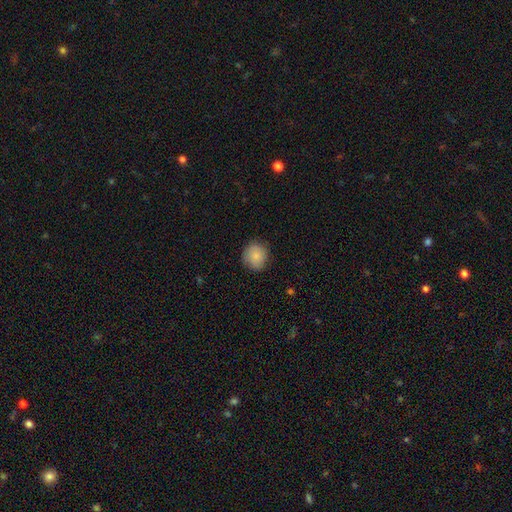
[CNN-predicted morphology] Smooth or featured? smooth (86%)
How rounded? round (84%)
Merging? none (84%)